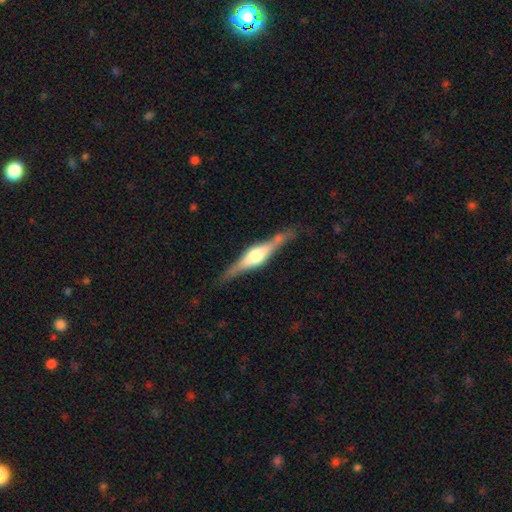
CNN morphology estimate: Smooth or featured? featured or disk (78%)
Edge-on disk? yes (97%)
Edge-on bulge? rounded (85%)
Merging? none (82%)